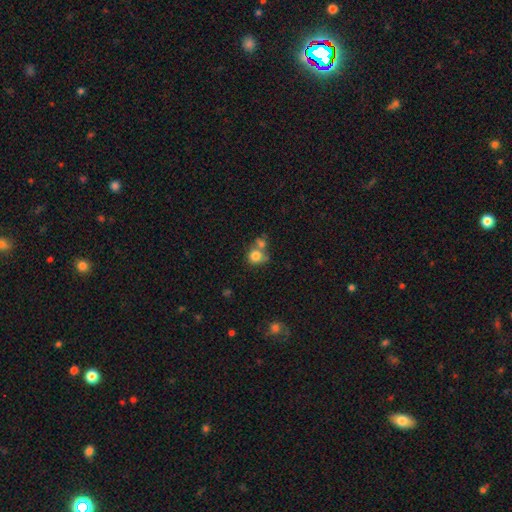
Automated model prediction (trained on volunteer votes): Smooth or featured: smooth — 79% (featured or disk — 11%)
How rounded: round — 81% (in between — 18%)
Merging: none — 43% (merger — 40%)